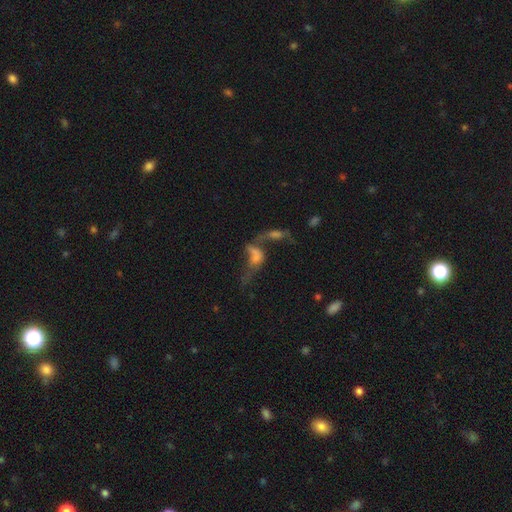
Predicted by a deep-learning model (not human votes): A featured or disk galaxy (43%).

Vote fractions:
- Smooth or featured? featured or disk: 43% / smooth: 37% / star or artifact: 19%
- Merging? merger: 57% / major disturbance: 22% / none: 14% / minor disturbance: 7%